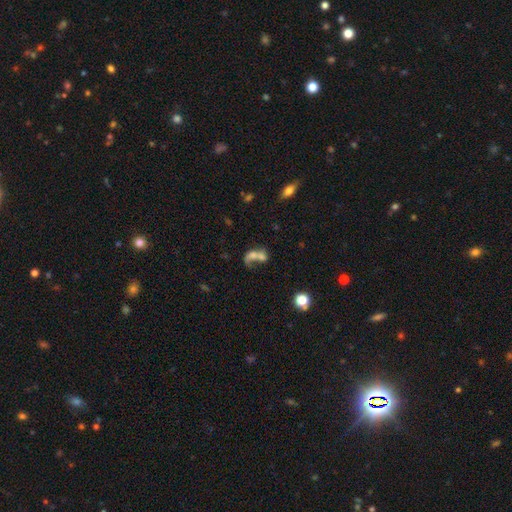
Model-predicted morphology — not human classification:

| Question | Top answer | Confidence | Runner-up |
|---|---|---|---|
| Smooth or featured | smooth | 53% | featured or disk (31%) |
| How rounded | in between | 65% | round (28%) |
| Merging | merger | 65% | none (15%) |